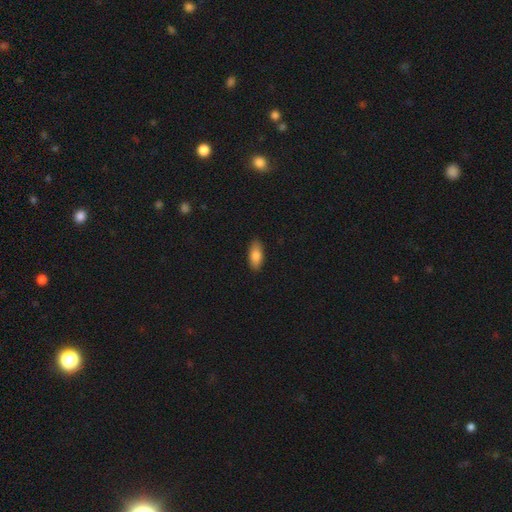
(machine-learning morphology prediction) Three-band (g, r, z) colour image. It shows a smooth galaxy with no disk features (83%) that is in between round and cigar-shaped (87%). Merging: none (89%).